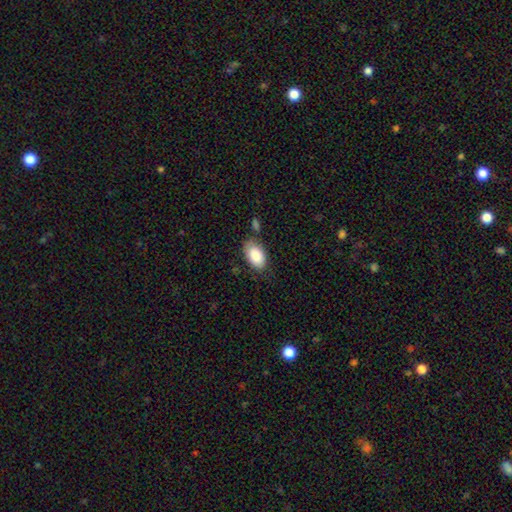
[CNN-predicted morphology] Overall: smooth (86%). How rounded: in between (94%). Merging: none (66%).